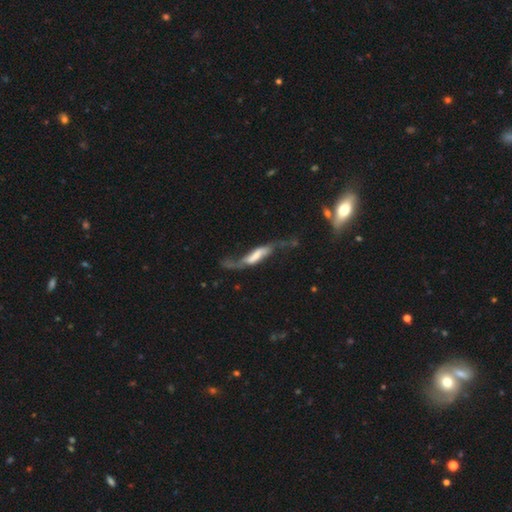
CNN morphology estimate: Q: Smooth or featured?
A: featured or disk (63%); runner-up: smooth (30%)
Q: Edge-on disk?
A: no (72%); runner-up: yes (28%)
Q: Merging?
A: major disturbance (42%); runner-up: none (29%)